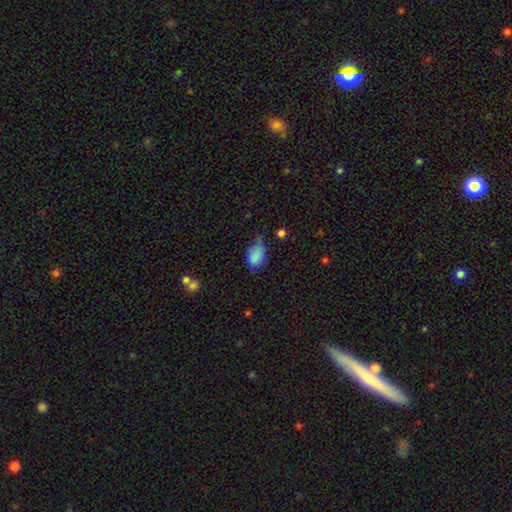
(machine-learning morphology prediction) Smooth or featured: smooth — 85% (star or artifact — 9%)
How rounded: in between — 85% (round — 13%)
Merging: minor disturbance — 44% (none — 40%)